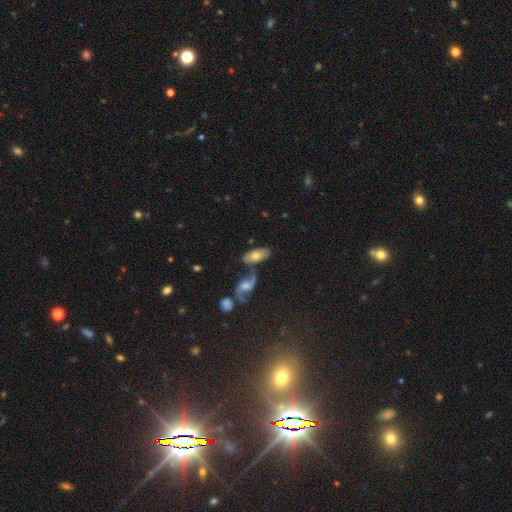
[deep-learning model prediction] This appears to be a smooth galaxy with no disk features (55%) that is in between round and cigar-shaped (90%). Merging: none (54%).